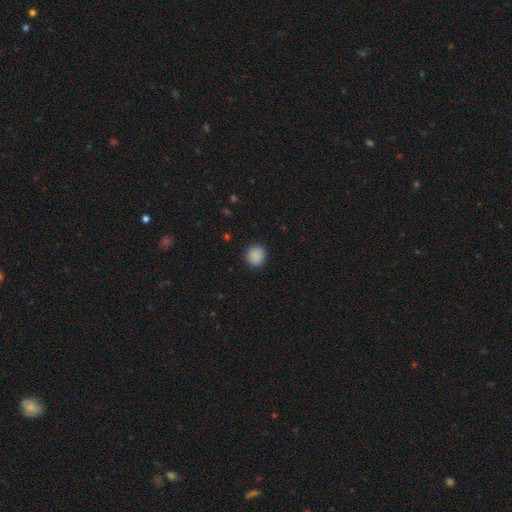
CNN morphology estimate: type=smooth (89%); roundness=round (90%); merging=none (90%).